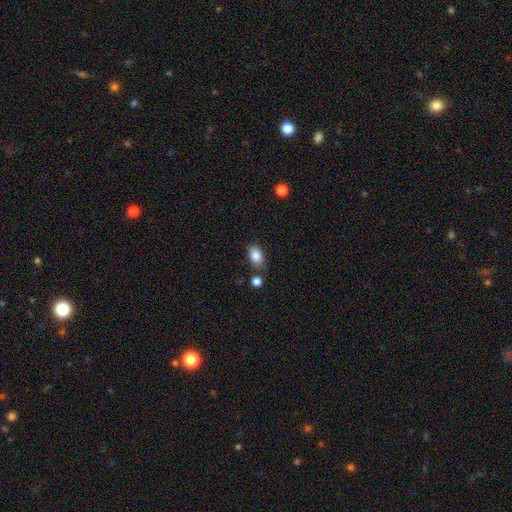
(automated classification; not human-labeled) This appears to be a smooth galaxy with no disk features (85%) that is in between round and cigar-shaped (84%). Merging: none (75%).